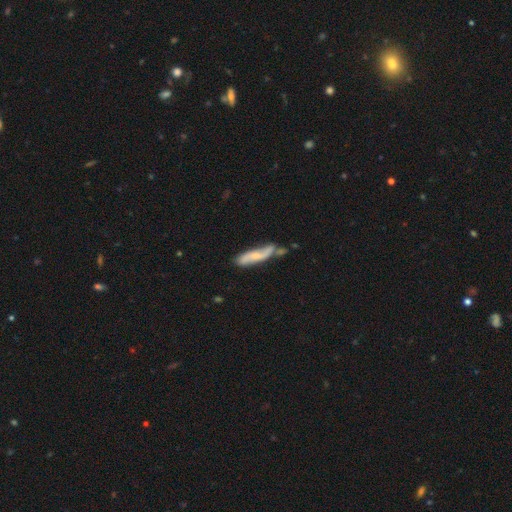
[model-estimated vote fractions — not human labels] featured or disk 55%, smooth 39%, star or artifact 6%. Down the decision tree: edge-on disk — no (73%); merging — none (47%).